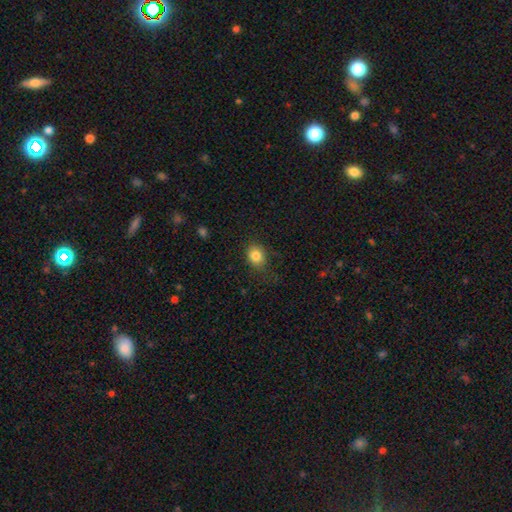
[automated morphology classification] Smooth or featured: smooth — 83% (star or artifact — 10%)
How rounded: round — 61% (in between — 39%)
Merging: none — 75% (minor disturbance — 17%)